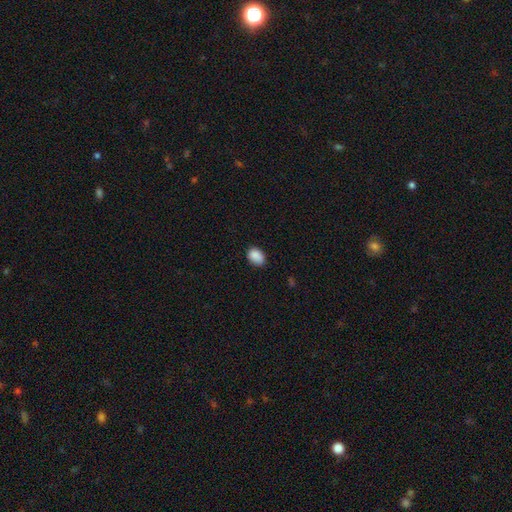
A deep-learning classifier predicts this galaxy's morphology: The model was most divided on "how rounded": in between: 81%, round: 18%, cigar-shaped: 1%. More confident: smooth or featured — smooth (89%); merging — none (82%).